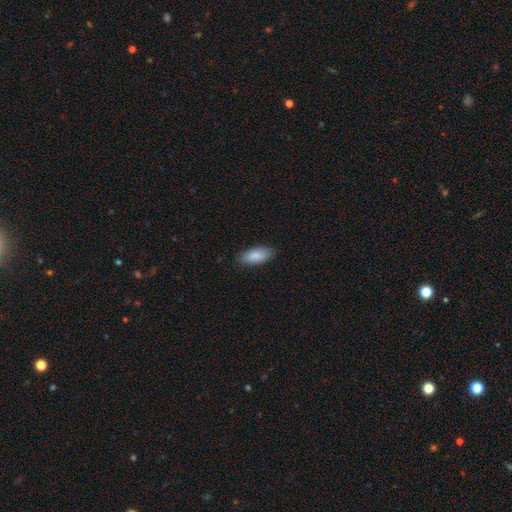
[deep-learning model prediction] Smooth or featured? smooth (88%)
How rounded? in between (85%)
Merging? none (87%)